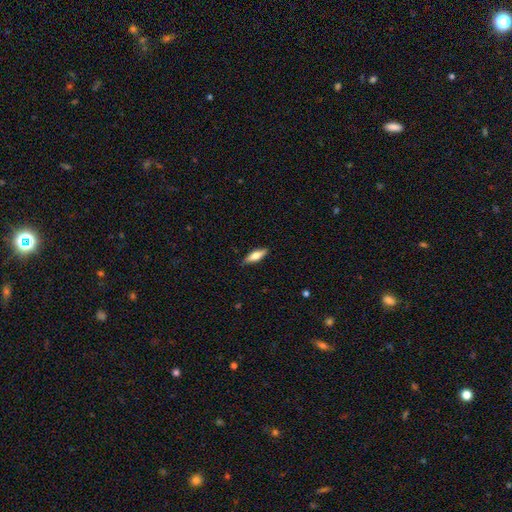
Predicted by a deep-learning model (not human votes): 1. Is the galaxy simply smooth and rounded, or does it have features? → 61% smooth, 33% featured or disk, 6% star or artifact.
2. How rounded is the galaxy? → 52% in between, 46% cigar-shaped, 2% round.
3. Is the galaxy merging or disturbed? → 87% none, 10% minor disturbance, 2% major disturbance, 1% merger.